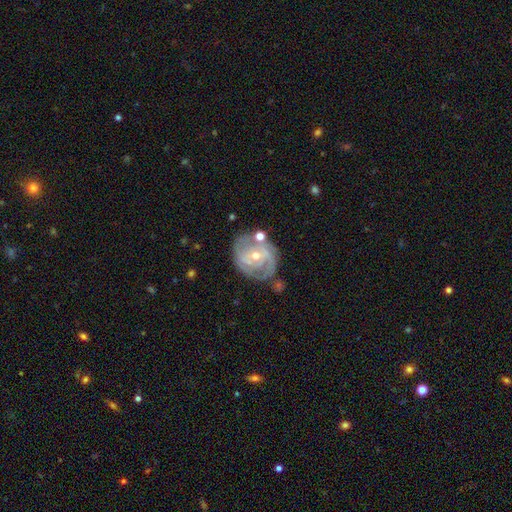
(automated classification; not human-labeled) Smooth or featured: featured or disk — 85% (smooth — 9%)
Edge-on disk: no — 97% (yes — 3%)
Bar: no — 46% (weak — 39%)
Spiral arms: yes — 93% (no — 7%)
Spiral winding: tight — 54% (medium — 36%)
Spiral arm count: 2 — 48% (can't tell — 20%)
Bulge size: small — 61% (moderate — 36%)
Merging: none — 62% (minor disturbance — 21%)